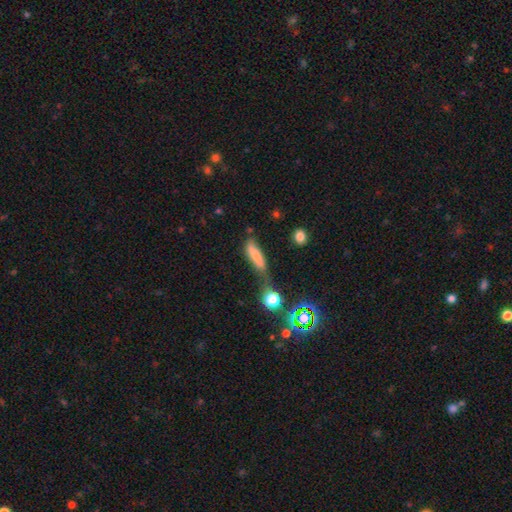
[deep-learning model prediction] Overall: smooth (72%). How rounded: cigar-shaped (57%; in between 39%). Merging: none (29%; merger 27%).